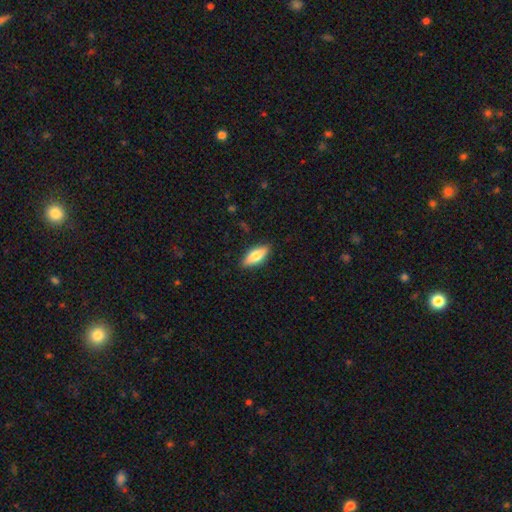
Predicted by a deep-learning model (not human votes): The model was most divided on "how rounded": in between: 68%, cigar-shaped: 29%, round: 2%. More confident: merging — none (88%); smooth or featured — smooth (70%).